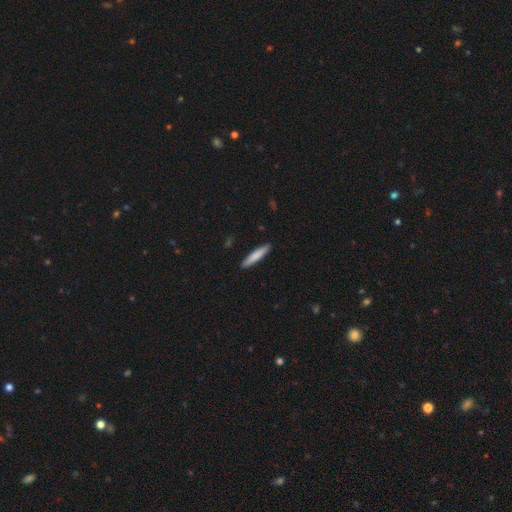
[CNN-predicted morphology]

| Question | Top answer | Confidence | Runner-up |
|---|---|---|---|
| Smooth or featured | smooth | 81% | featured or disk (14%) |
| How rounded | cigar-shaped | 90% | in between (9%) |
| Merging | none | 91% | minor disturbance (7%) |